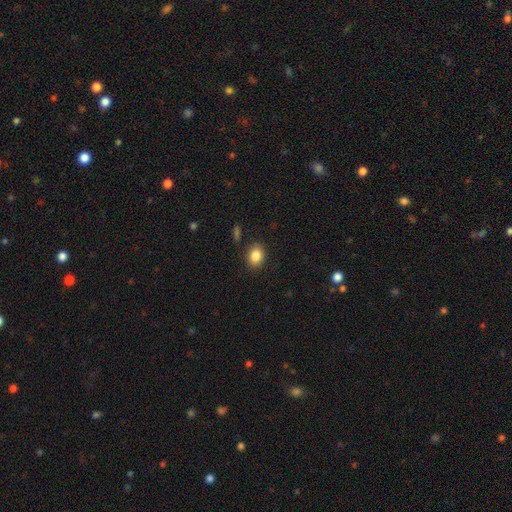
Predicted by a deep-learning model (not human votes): Smooth or featured?
  - smooth: 86% *
  - star or artifact: 9%
  - featured or disk: 5%
How rounded?
  - in between: 61% *
  - round: 38%
  - cigar-shaped: 1%
Merging?
  - none: 87% *
  - minor disturbance: 9%
  - major disturbance: 3%
  - merger: 2%